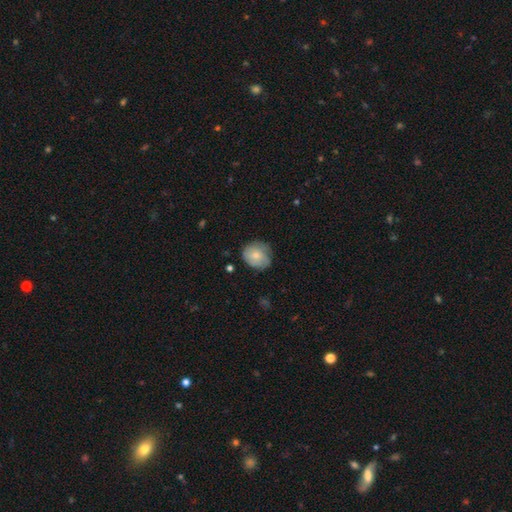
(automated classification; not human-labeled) A smooth galaxy with no disk features (72%) that is round (76%).

Vote fractions:
- Smooth or featured? smooth: 72% / featured or disk: 21% / star or artifact: 7%
- How rounded? round: 76% / in between: 23% / cigar-shaped: 1%
- Merging? none: 64% / minor disturbance: 28% / major disturbance: 7% / merger: 1%